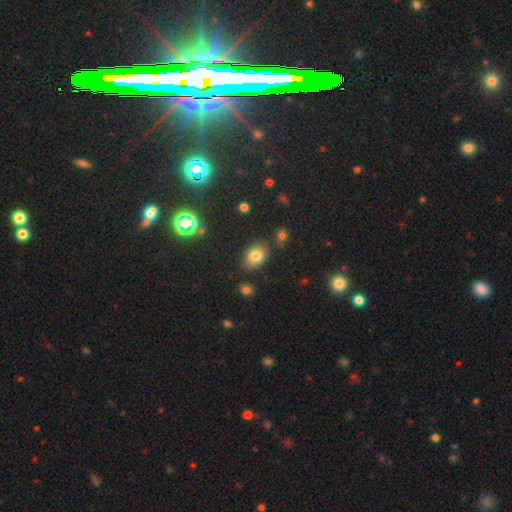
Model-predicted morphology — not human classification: Smooth or featured: smooth — 78% (star or artifact — 13%)
How rounded: in between — 76% (round — 23%)
Merging: none — 79% (minor disturbance — 13%)